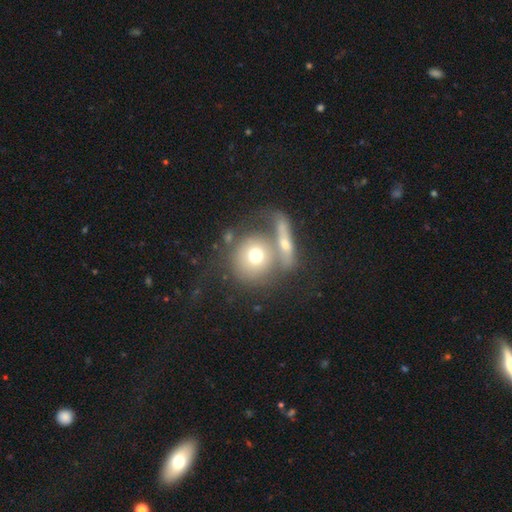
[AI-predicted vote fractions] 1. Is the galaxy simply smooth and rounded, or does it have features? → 64% smooth, 28% featured or disk, 9% star or artifact.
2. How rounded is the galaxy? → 86% round, 12% in between, 2% cigar-shaped.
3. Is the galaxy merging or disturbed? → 40% merger, 37% none, 12% minor disturbance, 11% major disturbance.